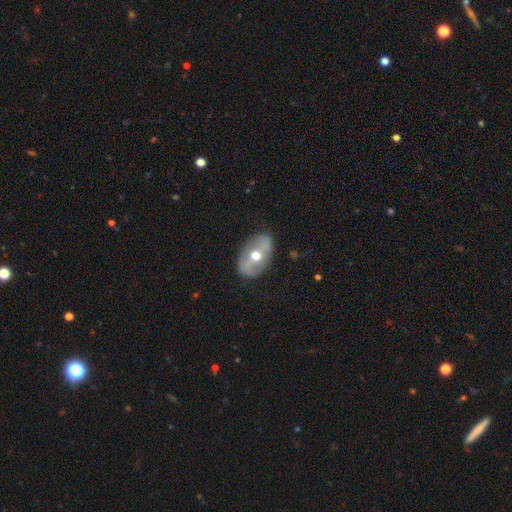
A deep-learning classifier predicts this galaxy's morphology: A featured or disk galaxy (57%) with no bar (41%), no spiral arms (67%) and a moderate central bulge (80%).

Vote fractions:
- Smooth or featured? featured or disk: 57% / smooth: 37% / star or artifact: 6%
- Edge-on disk? no: 89% / yes: 11%
- Bar? no: 41% / strong: 30% / weak: 29%
- Spiral arms? no: 67% / yes: 33%
- Bulge size? moderate: 80% / small: 11% / large: 8% / dominant: 1% / none: 1%
- Merging? none: 83% / minor disturbance: 12% / major disturbance: 4% / merger: 1%